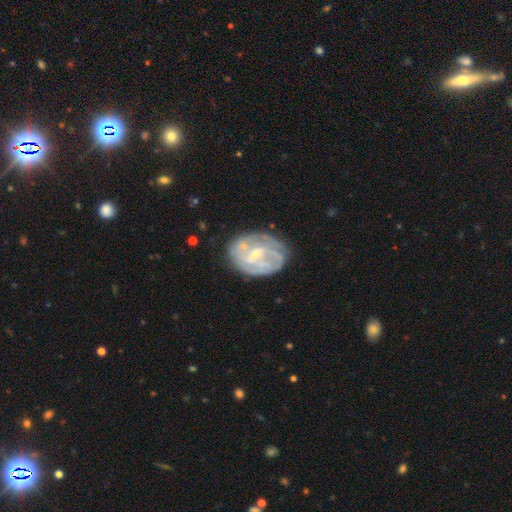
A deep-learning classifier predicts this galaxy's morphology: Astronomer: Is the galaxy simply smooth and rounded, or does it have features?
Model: featured or disk — 77%.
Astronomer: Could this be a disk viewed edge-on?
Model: no — 97%.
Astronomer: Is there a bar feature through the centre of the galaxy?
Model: weak — 48% (runner-up: no, 39%).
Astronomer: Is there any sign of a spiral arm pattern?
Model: yes — 78%.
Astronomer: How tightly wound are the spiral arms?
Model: tight — 49% (runner-up: medium, 35%).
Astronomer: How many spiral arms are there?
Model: can't tell — 44% (runner-up: 2, 22%).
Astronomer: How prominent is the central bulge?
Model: small — 68%.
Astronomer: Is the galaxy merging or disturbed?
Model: none — 66%.